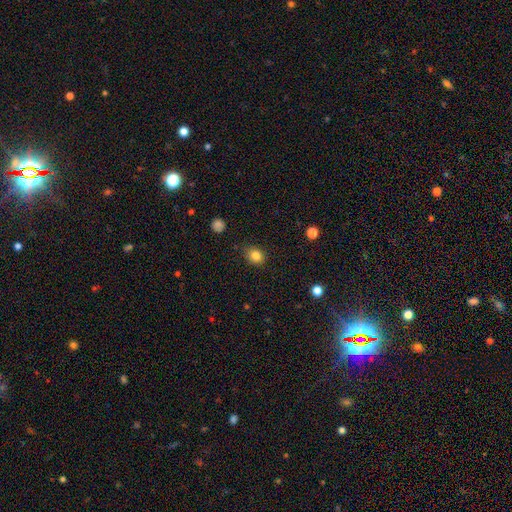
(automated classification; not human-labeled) A smooth galaxy with no disk features (83%) that is round (60%). Merging: none (83%).